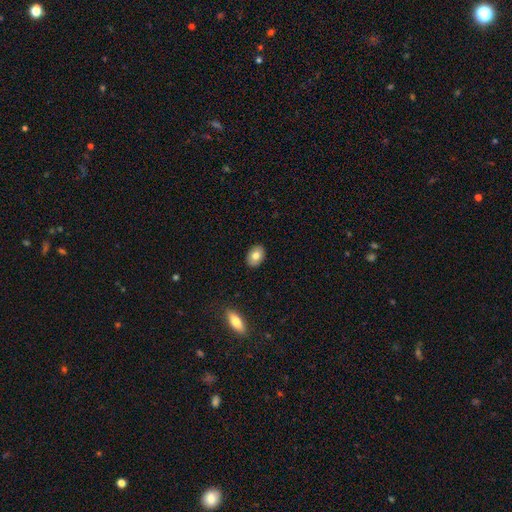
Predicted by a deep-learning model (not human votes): Q: Smooth or featured?
A: smooth (78%); runner-up: featured or disk (14%)
Q: How rounded?
A: in between (79%); runner-up: round (20%)
Q: Merging?
A: none (89%); runner-up: minor disturbance (8%)